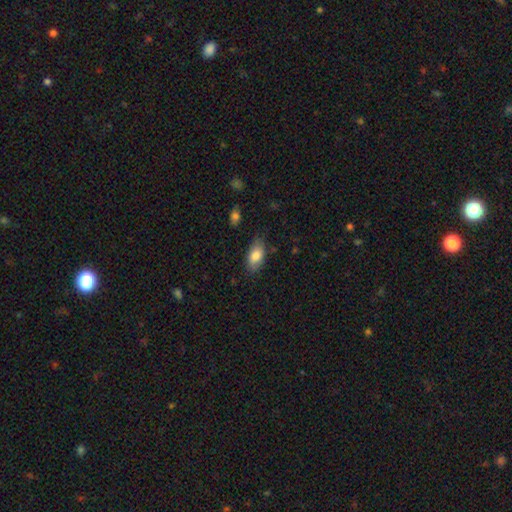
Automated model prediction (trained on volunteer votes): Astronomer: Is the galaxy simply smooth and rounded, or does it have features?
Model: smooth — 82%.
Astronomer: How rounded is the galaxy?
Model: in between — 92%.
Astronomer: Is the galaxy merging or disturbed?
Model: none — 81%.